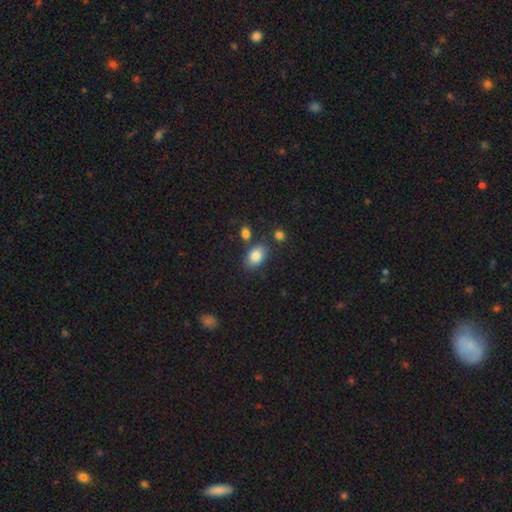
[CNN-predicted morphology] Q: Smooth or featured?
A: smooth (85%); runner-up: star or artifact (8%)
Q: How rounded?
A: in between (86%); runner-up: round (12%)
Q: Merging?
A: none (75%); runner-up: minor disturbance (13%)